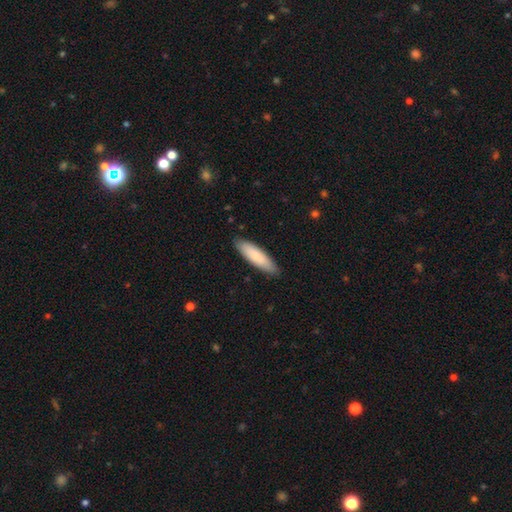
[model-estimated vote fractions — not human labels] The model was most divided on "how rounded": cigar-shaped: 65%, in between: 34%, round: 1%. More confident: merging — none (88%); smooth or featured — smooth (84%).